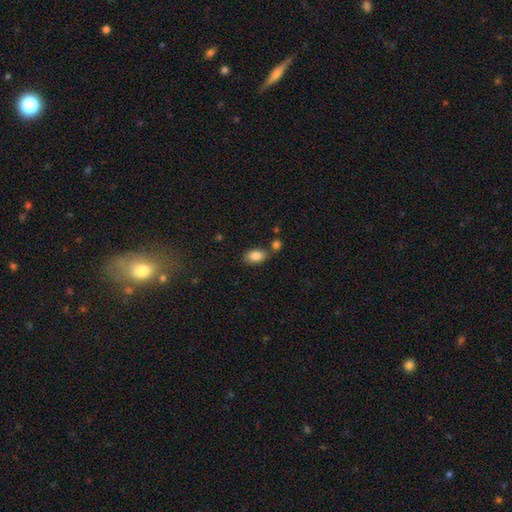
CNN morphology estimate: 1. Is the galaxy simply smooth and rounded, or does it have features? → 85% smooth, 8% star or artifact, 8% featured or disk.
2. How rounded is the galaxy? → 90% in between, 9% round, 2% cigar-shaped.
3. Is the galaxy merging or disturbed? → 67% none, 16% merger, 13% minor disturbance, 3% major disturbance.